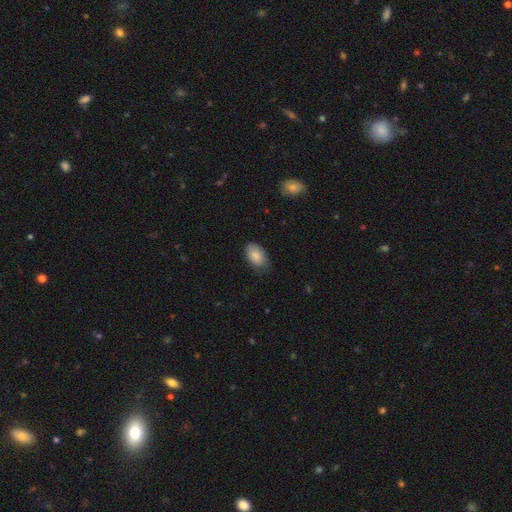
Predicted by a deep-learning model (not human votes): smooth 85%, featured or disk 8%, star or artifact 7%. Down the decision tree: how rounded — in between (90%); merging — none (70%).